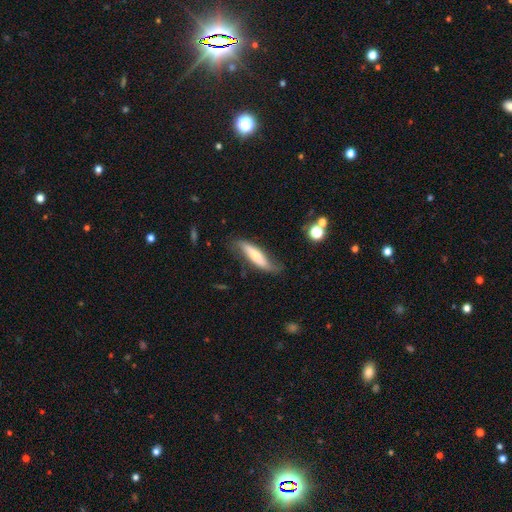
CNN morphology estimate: featured or disk 48%, smooth 46%, star or artifact 6%. Down the decision tree: merging — none (57%).